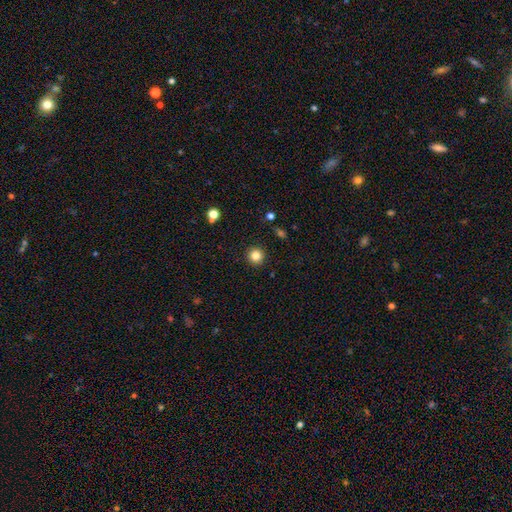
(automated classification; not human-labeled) Morphology: type=smooth (84%); roundness=round (95%); merging=none (92%).